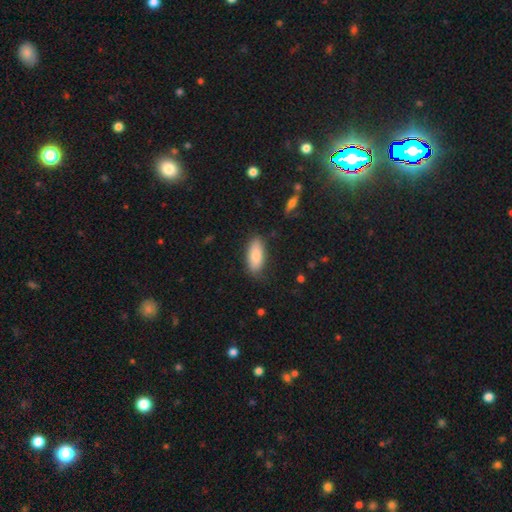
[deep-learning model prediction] smooth-or-featured: smooth: 84% | featured or disk: 9% | star or artifact: 6%
  how-rounded: in between: 81% | cigar-shaped: 17% | round: 2%
  merging: none: 78% | minor disturbance: 17% | major disturbance: 4% | merger: 2%